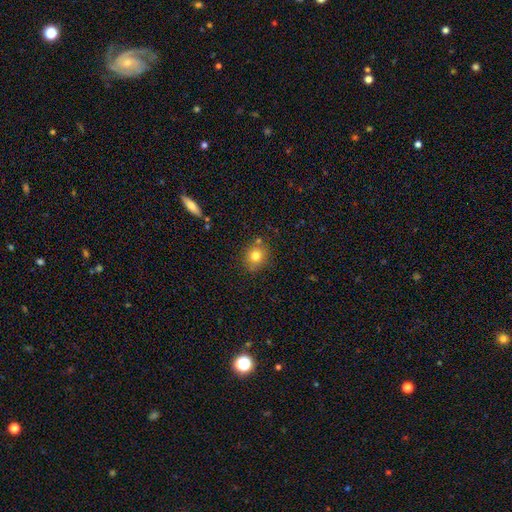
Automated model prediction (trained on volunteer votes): smooth_or_featured: smooth (p=0.78) [alt: star or artifact p=0.12]
how_rounded: round (p=0.79) [alt: in between p=0.20]
merging: none (p=0.79) [alt: minor disturbance p=0.12]